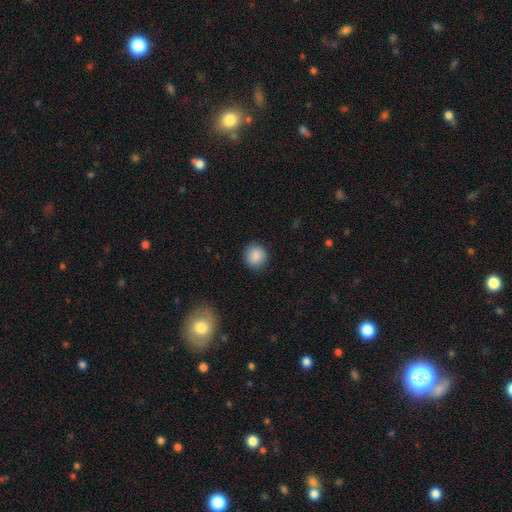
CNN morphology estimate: Smooth or featured? smooth (88%)
How rounded? round (87%)
Merging? none (90%)